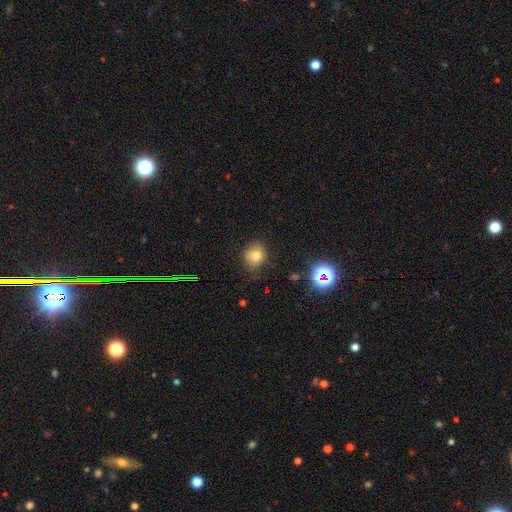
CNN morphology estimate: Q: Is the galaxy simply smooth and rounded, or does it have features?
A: smooth — 74%.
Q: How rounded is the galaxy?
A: round — 72%.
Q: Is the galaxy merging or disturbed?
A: none — 76%.